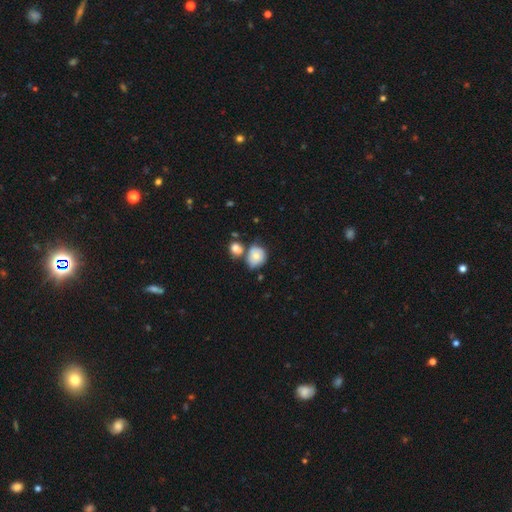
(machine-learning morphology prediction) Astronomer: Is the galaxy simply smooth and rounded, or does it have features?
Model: smooth — 65%.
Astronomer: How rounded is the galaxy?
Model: round — 72%.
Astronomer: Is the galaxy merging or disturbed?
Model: none — 47% (runner-up: merger, 26%).